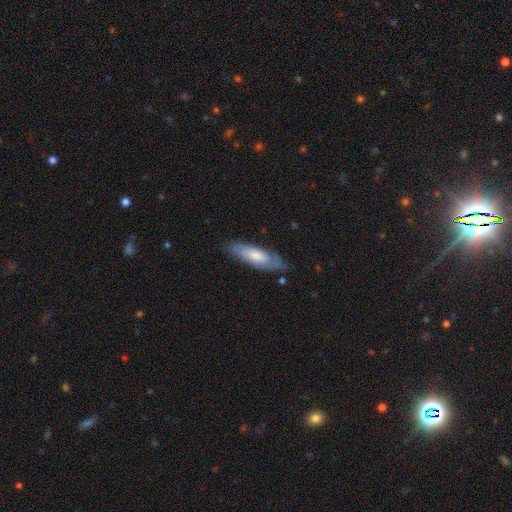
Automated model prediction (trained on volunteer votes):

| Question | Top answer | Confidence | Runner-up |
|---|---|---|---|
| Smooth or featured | smooth | 52% | featured or disk (42%) |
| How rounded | in between | 52% | cigar-shaped (46%) |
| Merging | none | 71% | minor disturbance (22%) |